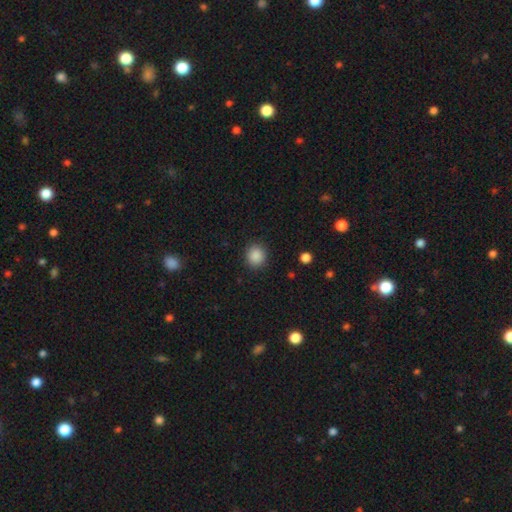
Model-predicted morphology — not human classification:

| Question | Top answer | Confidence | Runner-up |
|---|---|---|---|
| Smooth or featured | smooth | 88% | star or artifact (9%) |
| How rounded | round | 87% | in between (12%) |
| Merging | none | 90% | minor disturbance (7%) |